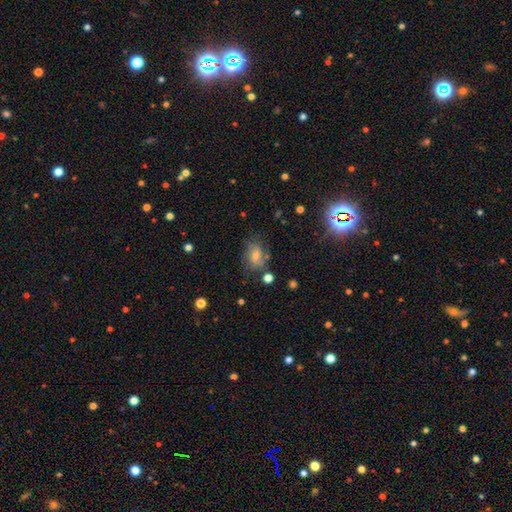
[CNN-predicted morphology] Smooth or featured? Predicted: smooth (p=0.39). Merging? Predicted: none (p=0.67).